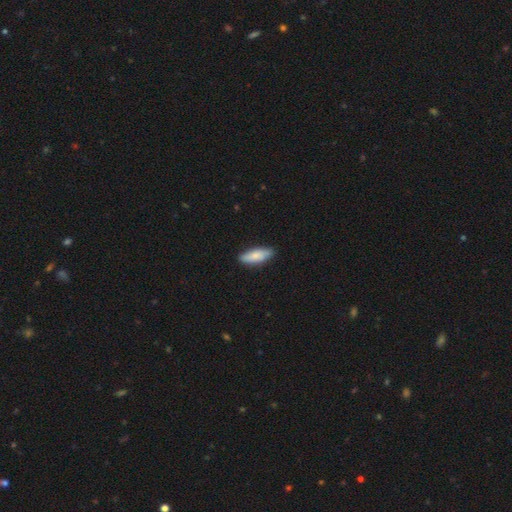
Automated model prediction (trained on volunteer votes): Q: Smooth or featured?
A: smooth (83%); runner-up: featured or disk (12%)
Q: How rounded?
A: in between (63%); runner-up: cigar-shaped (35%)
Q: Merging?
A: none (85%); runner-up: minor disturbance (12%)